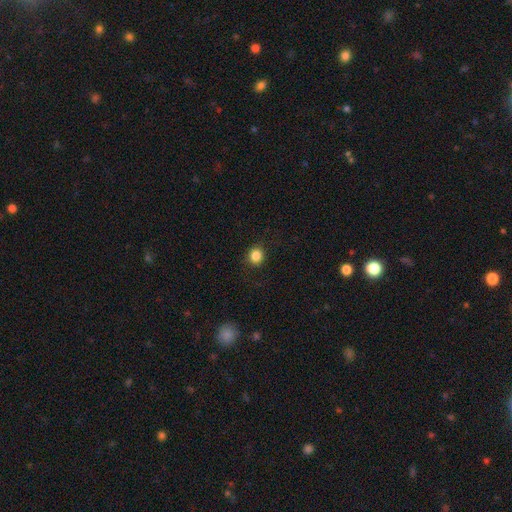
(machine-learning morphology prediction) Overall: smooth (86%). How rounded: round (84%). Merging: none (88%).